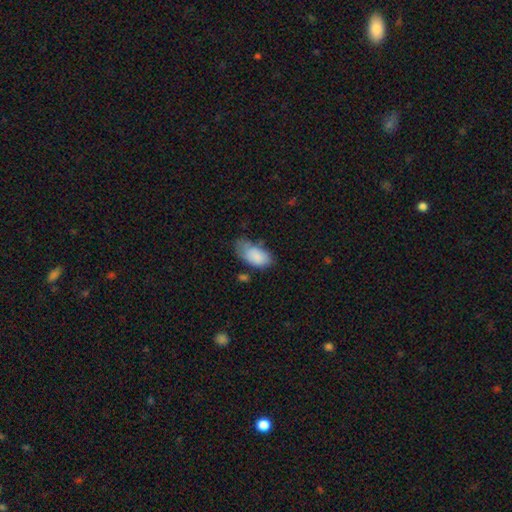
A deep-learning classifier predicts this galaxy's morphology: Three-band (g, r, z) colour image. It shows a smooth galaxy with no disk features (84%) that is in between round and cigar-shaped (94%). Merging: none (40%).